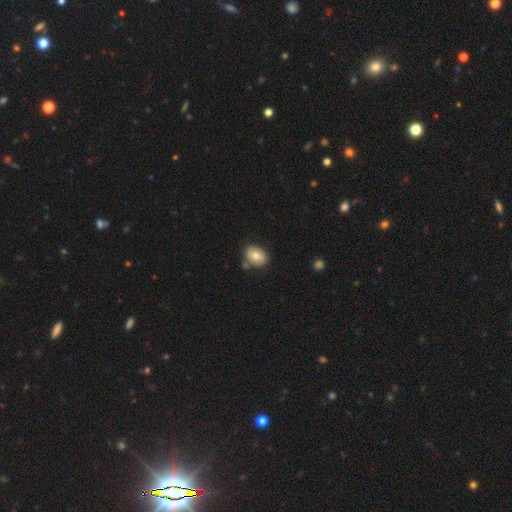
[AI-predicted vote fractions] smooth 76%, featured or disk 16%, star or artifact 8%. Down the decision tree: how rounded — in between (61%); merging — none (74%).